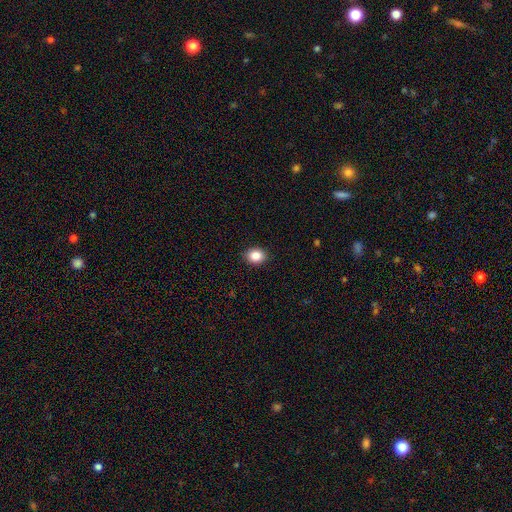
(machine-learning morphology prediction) A smooth galaxy with no disk features (87%) that is round (52%). Merging: none (91%).